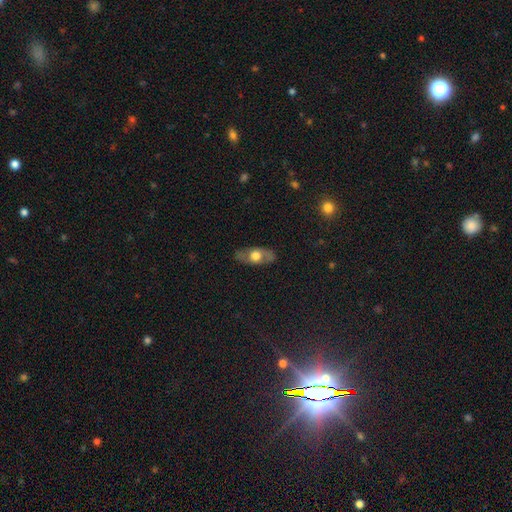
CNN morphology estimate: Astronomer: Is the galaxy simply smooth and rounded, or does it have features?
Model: smooth — 49% (runner-up: featured or disk, 44%).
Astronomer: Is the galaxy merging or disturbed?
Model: none — 80%.